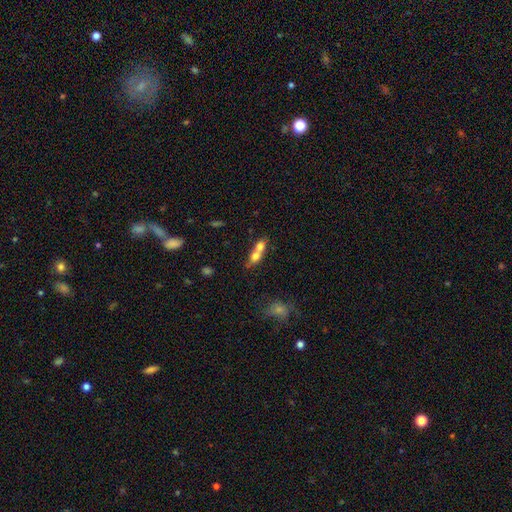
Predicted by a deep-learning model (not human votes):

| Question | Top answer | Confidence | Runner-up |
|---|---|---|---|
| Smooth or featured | smooth | 67% | featured or disk (24%) |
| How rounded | in between | 54% | round (36%) |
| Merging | merger | 73% | none (18%) |